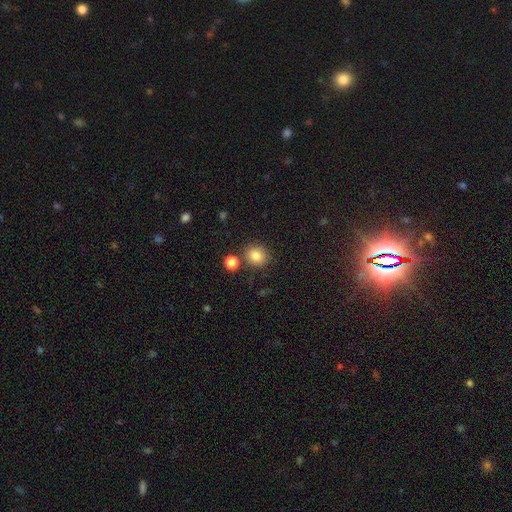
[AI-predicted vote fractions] Morphology: type=smooth (83%); roundness=round (78%); merging=none (79%).